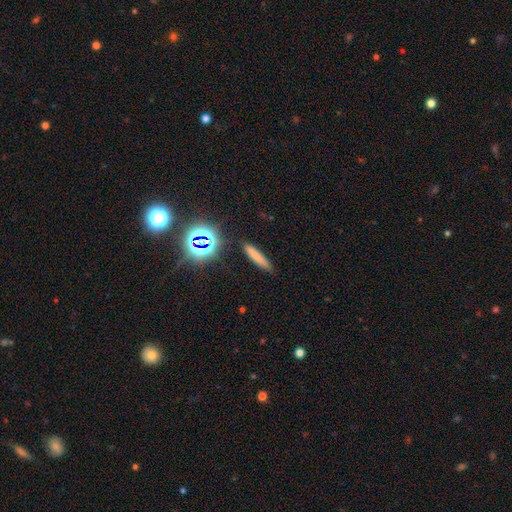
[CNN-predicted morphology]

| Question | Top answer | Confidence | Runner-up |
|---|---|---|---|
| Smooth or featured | smooth | 71% | star or artifact (17%) |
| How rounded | cigar-shaped | 88% | in between (9%) |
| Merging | none | 86% | minor disturbance (9%) |